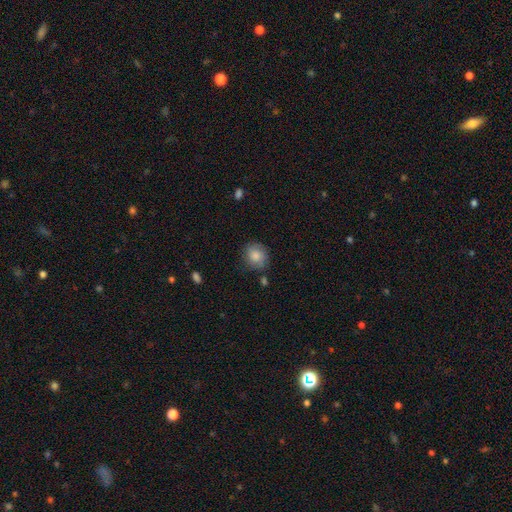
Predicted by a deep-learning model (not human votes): This is likely a smooth galaxy (78%). How rounded: clearly round (81%). Merging: likely none (75%).